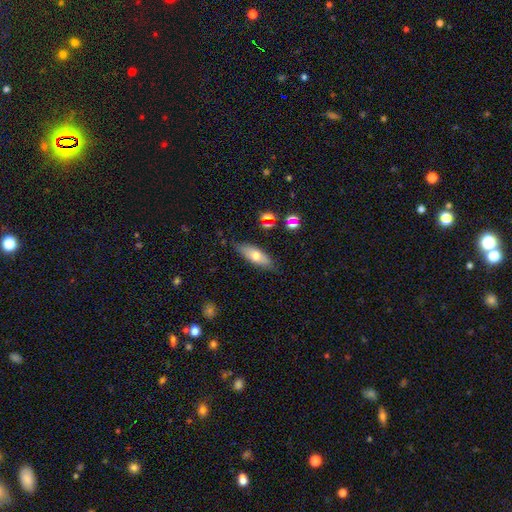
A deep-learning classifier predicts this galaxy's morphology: type=smooth (63%); roundness=in between (65%); merging=none (78%).